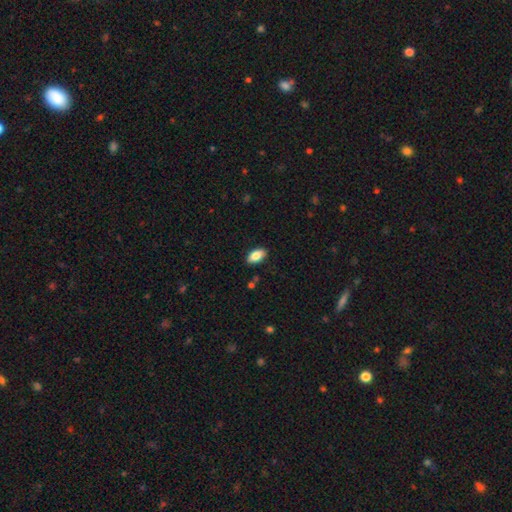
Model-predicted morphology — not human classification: A smooth galaxy with no disk features (84%) that is in between round and cigar-shaped (93%). Merging: none (88%).